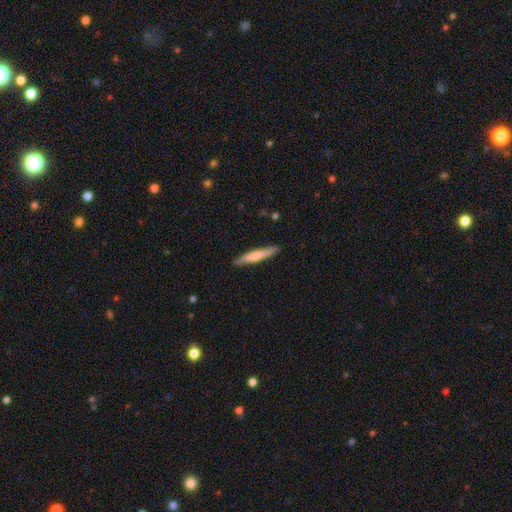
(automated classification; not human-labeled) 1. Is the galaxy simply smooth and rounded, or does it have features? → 62% smooth, 33% featured or disk, 5% star or artifact.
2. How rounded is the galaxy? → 93% cigar-shaped, 6% in between, 1% round.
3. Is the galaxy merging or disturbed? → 87% none, 10% minor disturbance, 2% major disturbance, 1% merger.